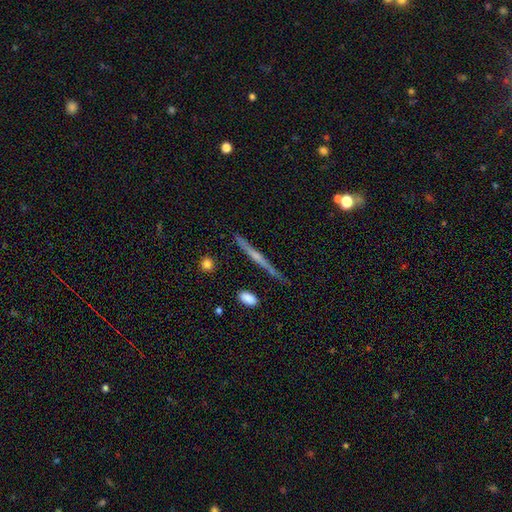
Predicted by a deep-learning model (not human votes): smooth-or-featured: featured or disk: 62% | smooth: 31% | star or artifact: 7%
  disk-edge-on: yes: 96% | no: 4%
    edge-on-bulge: none: 52% | rounded: 39% | boxy: 9%
  merging: none: 81% | minor disturbance: 13% | major disturbance: 3% | merger: 3%